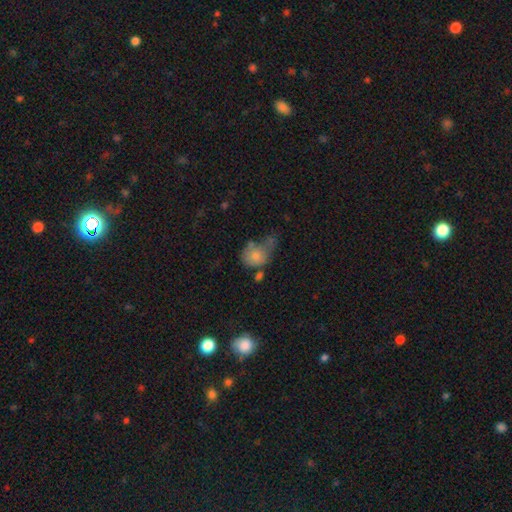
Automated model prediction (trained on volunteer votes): Smooth or featured? smooth (73%)
How rounded? round (57%)
Merging? none (27%)